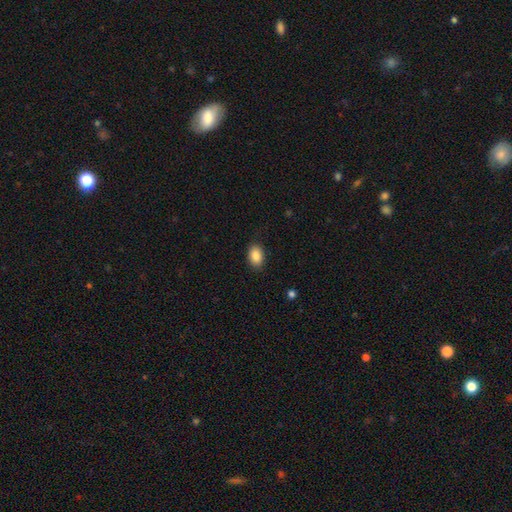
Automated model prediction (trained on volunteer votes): Smooth or featured? smooth (87%)
How rounded? in between (85%)
Merging? none (87%)